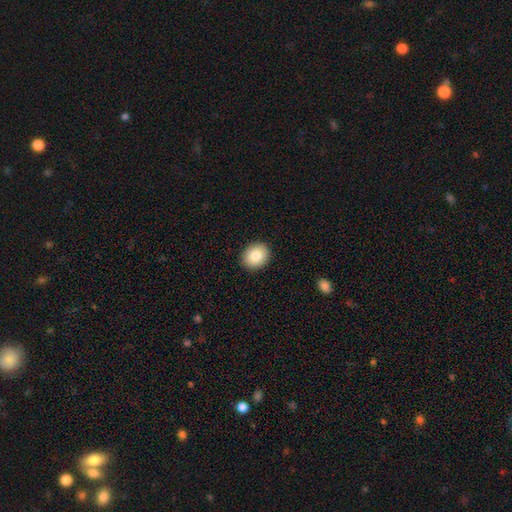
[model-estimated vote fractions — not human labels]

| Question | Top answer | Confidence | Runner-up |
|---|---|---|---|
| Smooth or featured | smooth | 83% | featured or disk (9%) |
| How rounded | round | 64% | in between (35%) |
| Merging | none | 91% | minor disturbance (6%) |